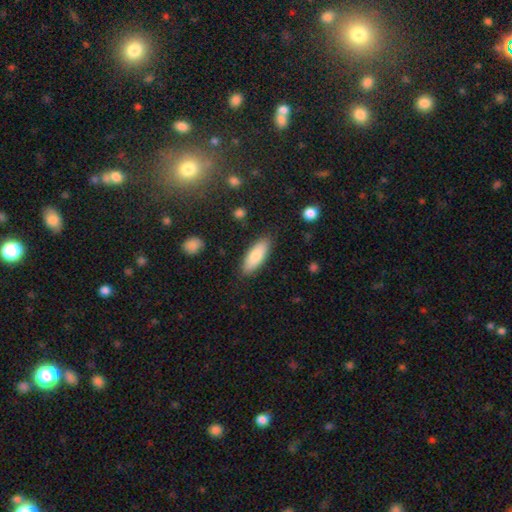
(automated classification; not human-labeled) smooth-or-featured: smooth: 84% | featured or disk: 10% | star or artifact: 6%
  how-rounded: in between: 67% | cigar-shaped: 31% | round: 2%
  merging: none: 85% | minor disturbance: 11% | major disturbance: 2% | merger: 2%